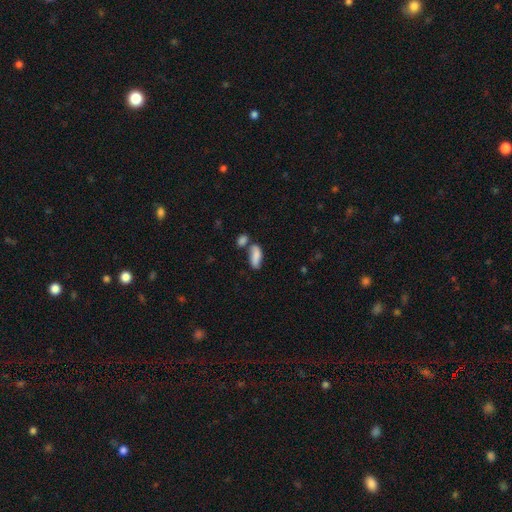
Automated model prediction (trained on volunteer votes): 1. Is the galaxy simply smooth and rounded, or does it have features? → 80% smooth, 12% featured or disk, 7% star or artifact.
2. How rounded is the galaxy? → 74% in between, 23% cigar-shaped, 3% round.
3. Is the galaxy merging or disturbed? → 45% none, 33% merger, 16% minor disturbance, 6% major disturbance.